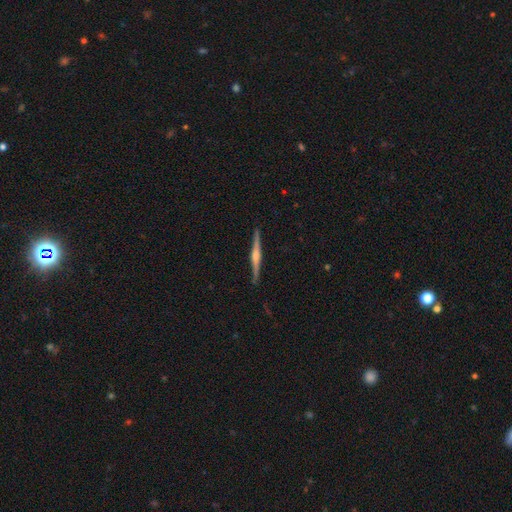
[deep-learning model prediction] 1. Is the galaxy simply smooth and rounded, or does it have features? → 81% featured or disk, 14% smooth, 5% star or artifact.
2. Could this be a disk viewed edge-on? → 99% yes, 1% no.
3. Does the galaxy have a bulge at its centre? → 78% rounded, 14% boxy, 7% none.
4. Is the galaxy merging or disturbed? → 91% none, 6% minor disturbance, 1% major disturbance, 1% merger.